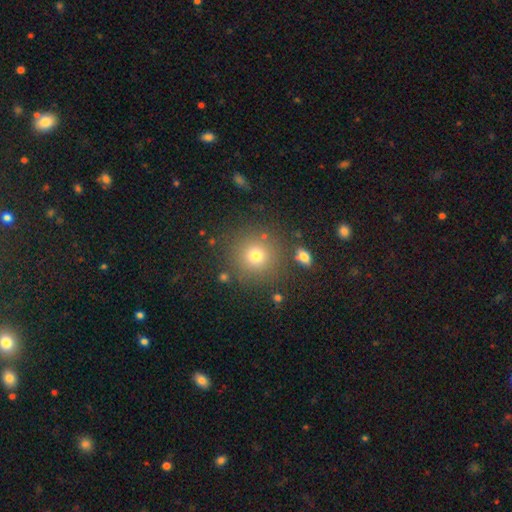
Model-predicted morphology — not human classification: smooth 74%, star or artifact 16%, featured or disk 10%. Down the decision tree: how rounded — round (93%); merging — none (84%).